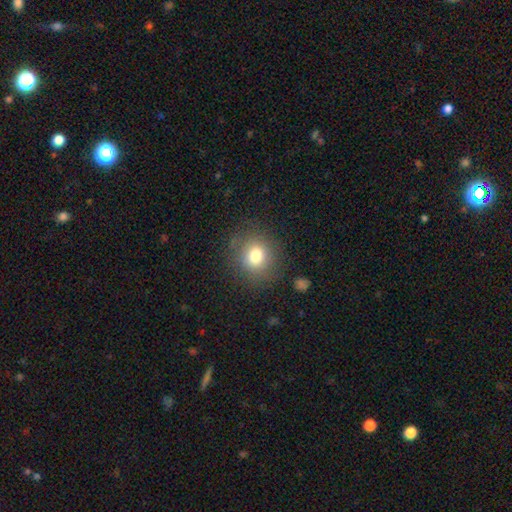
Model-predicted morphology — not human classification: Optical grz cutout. It shows a smooth galaxy with no disk features (77%) that is round (84%). Merging: none (83%).